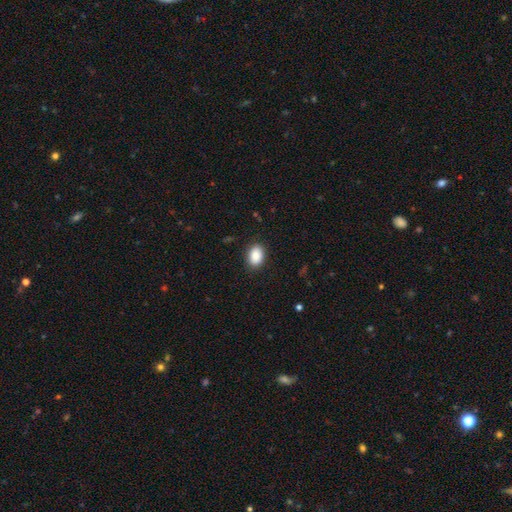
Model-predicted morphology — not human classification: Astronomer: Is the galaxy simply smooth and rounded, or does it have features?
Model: smooth — 89%.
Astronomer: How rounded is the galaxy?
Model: in between — 83%.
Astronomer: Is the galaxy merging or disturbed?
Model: none — 87%.